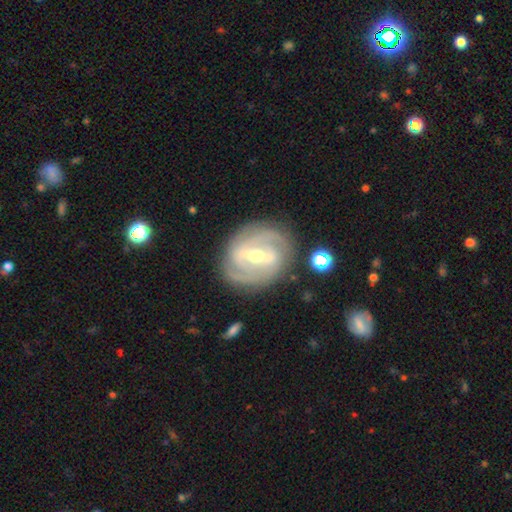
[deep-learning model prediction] smooth_or_featured: featured or disk (p=0.86) [alt: smooth p=0.09]
disk_edge_on: no (p=0.96) [alt: yes p=0.04]
bar: strong (p=0.61) [alt: weak p=0.31]
has_spiral_arms: yes (p=0.90) [alt: no p=0.10]
spiral_winding: tight (p=0.57) [alt: medium p=0.34]
spiral_arm_count: 2 (p=0.53) [alt: can't tell p=0.18]
bulge_size: moderate (p=0.59) [alt: small p=0.37]
merging: none (p=0.81) [alt: minor disturbance p=0.13]